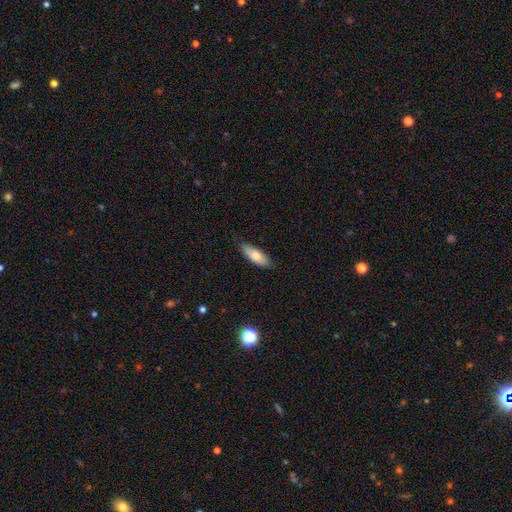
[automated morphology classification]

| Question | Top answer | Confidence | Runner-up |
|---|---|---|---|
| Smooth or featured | smooth | 77% | featured or disk (16%) |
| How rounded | in between | 69% | cigar-shaped (29%) |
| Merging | none | 82% | minor disturbance (15%) |